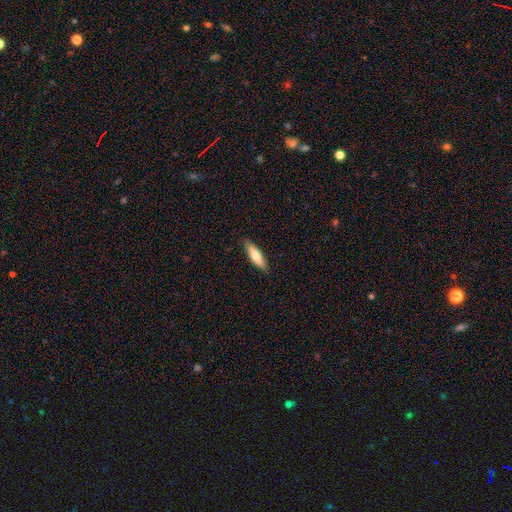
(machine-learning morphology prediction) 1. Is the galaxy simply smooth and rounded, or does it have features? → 71% smooth, 23% featured or disk, 6% star or artifact.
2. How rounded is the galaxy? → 57% cigar-shaped, 42% in between, 2% round.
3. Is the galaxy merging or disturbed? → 87% none, 10% minor disturbance, 2% major disturbance, 1% merger.